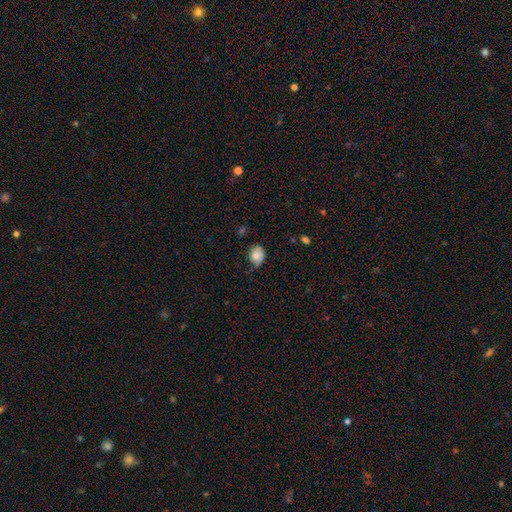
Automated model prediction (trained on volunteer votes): Smooth or featured?
  - smooth: 67% *
  - featured or disk: 25%
  - star or artifact: 8%
How rounded?
  - round: 54% *
  - in between: 45%
  - cigar-shaped: 1%
Merging?
  - none: 42% *
  - minor disturbance: 39%
  - major disturbance: 16%
  - merger: 2%